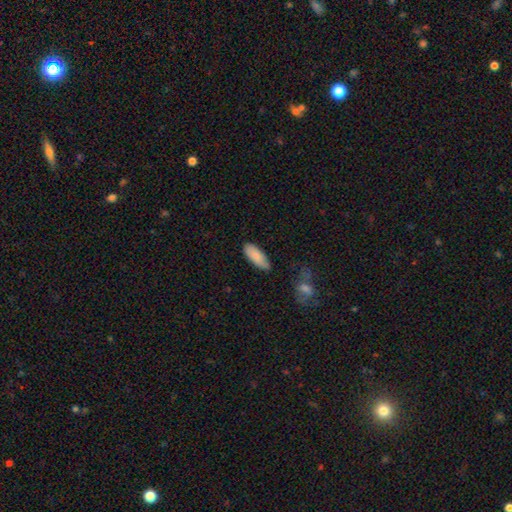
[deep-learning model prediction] Smooth or featured?
  - smooth: 86% *
  - featured or disk: 8%
  - star or artifact: 6%
How rounded?
  - in between: 76% *
  - cigar-shaped: 22%
  - round: 2%
Merging?
  - none: 78% *
  - minor disturbance: 17%
  - major disturbance: 3%
  - merger: 2%